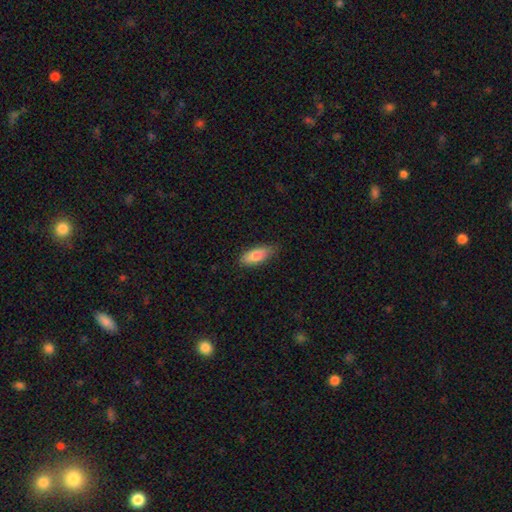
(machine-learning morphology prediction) Smooth or featured? smooth (83%)
How rounded? in between (80%)
Merging? none (79%)